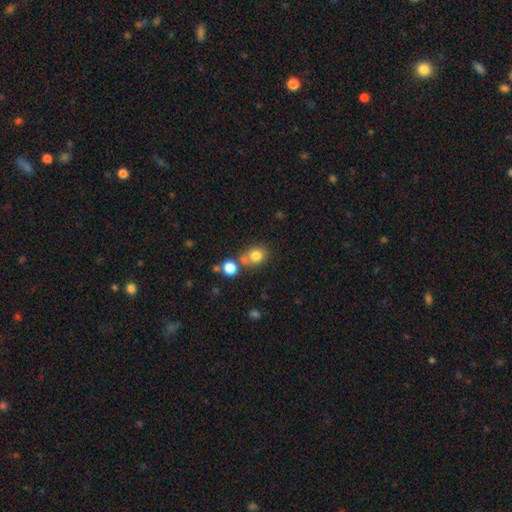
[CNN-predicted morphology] Q: Smooth or featured?
A: smooth (79%); runner-up: star or artifact (12%)
Q: How rounded?
A: round (70%); runner-up: in between (29%)
Q: Merging?
A: none (57%); runner-up: merger (28%)